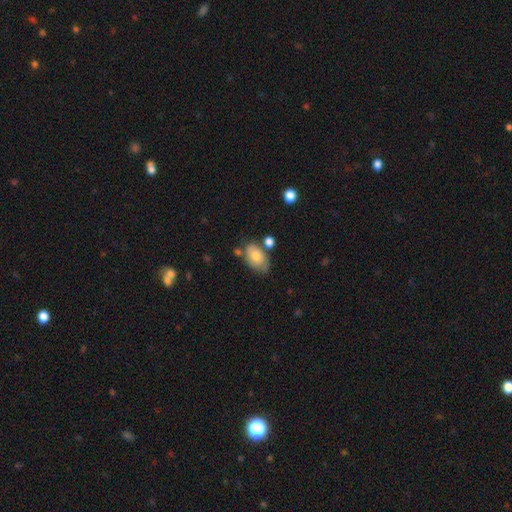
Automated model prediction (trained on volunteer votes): Morphology: type=smooth (71%); roundness=in between (88%); merging=none (55%).